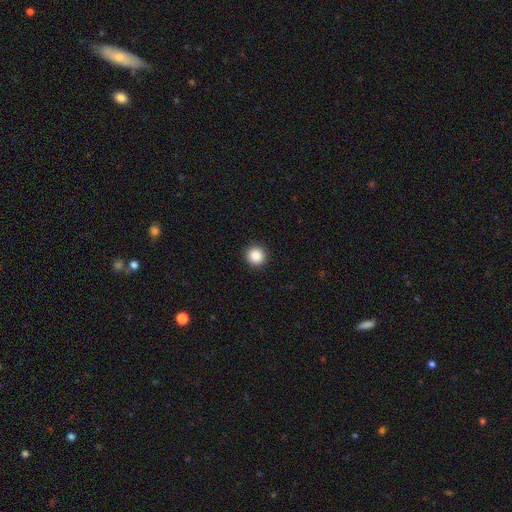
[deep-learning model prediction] This is clearly a smooth galaxy (88%). How rounded: clearly round (96%). Merging: clearly none (93%).